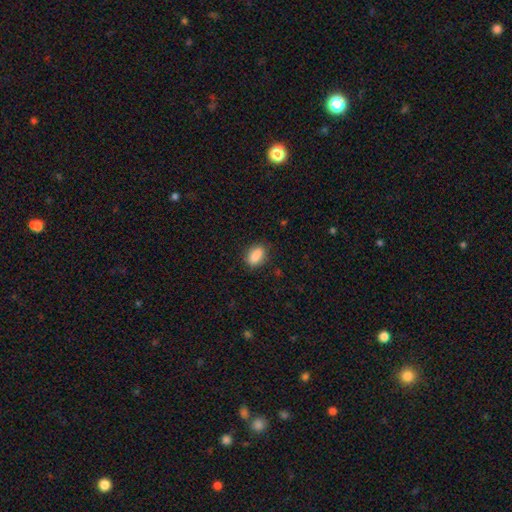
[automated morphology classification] A smooth galaxy with no disk features (88%) that is in between round and cigar-shaped (87%).

Vote fractions:
- Smooth or featured? smooth: 88% / star or artifact: 8% / featured or disk: 4%
- How rounded? in between: 87% / round: 8% / cigar-shaped: 5%
- Merging? none: 83% / minor disturbance: 13% / major disturbance: 3% / merger: 1%